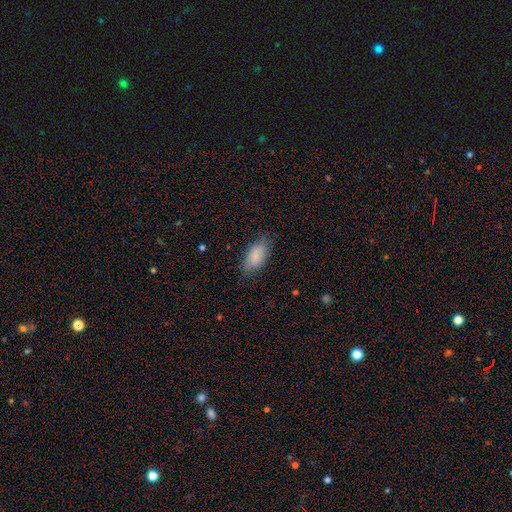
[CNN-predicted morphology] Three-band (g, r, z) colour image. It shows a smooth galaxy with no disk features (86%) that is in between round and cigar-shaped (91%). Merging: none (77%).